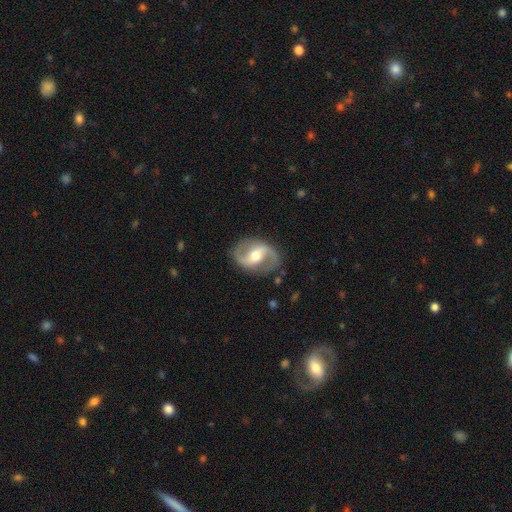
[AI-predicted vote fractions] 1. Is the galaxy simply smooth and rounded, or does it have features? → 87% featured or disk, 9% smooth, 4% star or artifact.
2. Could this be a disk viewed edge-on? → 97% no, 3% yes.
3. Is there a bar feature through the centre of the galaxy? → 40% weak (tied), 40% strong (tied), 21% no.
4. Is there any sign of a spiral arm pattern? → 93% yes, 7% no.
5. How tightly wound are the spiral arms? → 50% medium, 36% loose, 14% tight.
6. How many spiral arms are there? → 93% 2, 2% can't tell, 2% 1, 1% 3, 1% 4, 1% more than 4.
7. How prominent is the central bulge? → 72% moderate, 16% small, 9% large, 1% dominant, 1% none.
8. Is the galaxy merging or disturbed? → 85% none, 10% minor disturbance, 4% major disturbance, 1% merger.